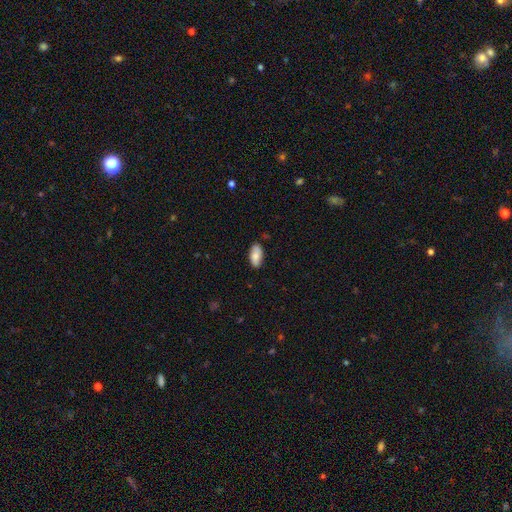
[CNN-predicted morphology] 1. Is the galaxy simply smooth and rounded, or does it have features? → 80% smooth, 14% featured or disk, 6% star or artifact.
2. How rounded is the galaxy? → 91% in between, 7% cigar-shaped, 2% round.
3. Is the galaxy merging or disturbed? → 85% none, 12% minor disturbance, 2% major disturbance, 1% merger.